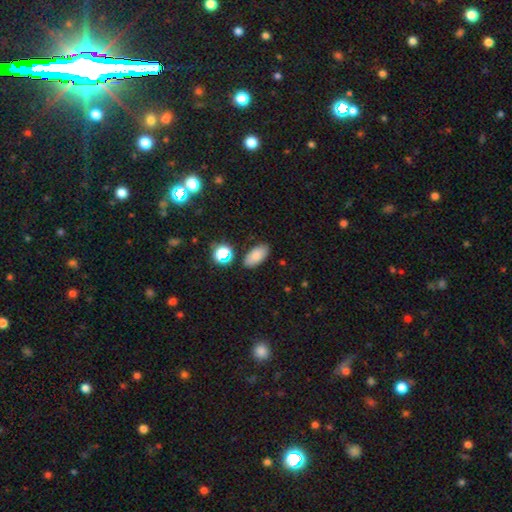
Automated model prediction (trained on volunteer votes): smooth_or_featured: smooth (p=0.82) [alt: star or artifact p=0.11]
how_rounded: in between (p=0.92) [alt: round p=0.05]
merging: none (p=0.83) [alt: minor disturbance p=0.11]